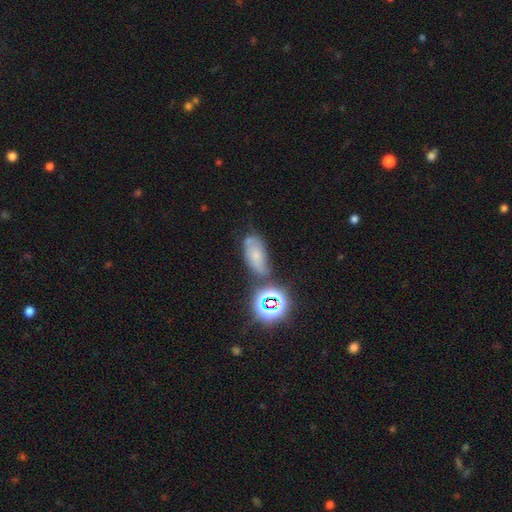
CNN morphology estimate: Smooth or featured? Predicted: smooth (p=0.44). Merging? Predicted: none (p=0.48).